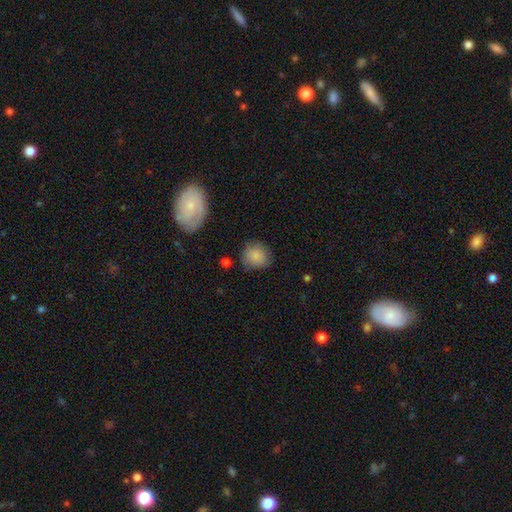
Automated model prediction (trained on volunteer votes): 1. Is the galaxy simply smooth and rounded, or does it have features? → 83% smooth, 8% star or artifact, 8% featured or disk.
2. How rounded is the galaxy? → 86% round, 13% in between, 1% cigar-shaped.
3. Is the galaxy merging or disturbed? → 74% none, 19% minor disturbance, 5% major disturbance, 2% merger.